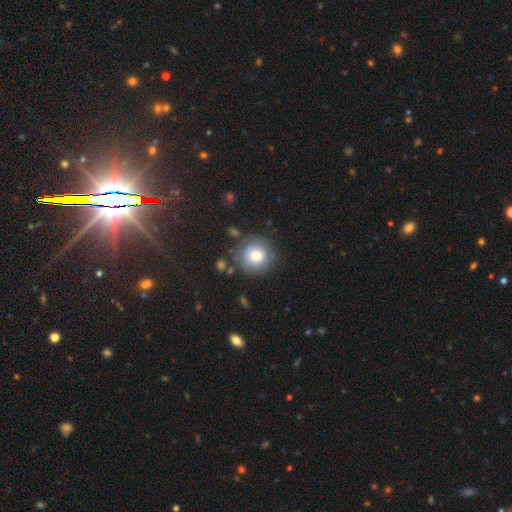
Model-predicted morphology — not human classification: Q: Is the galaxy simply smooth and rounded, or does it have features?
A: smooth — 76%.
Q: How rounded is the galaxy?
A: round — 92%.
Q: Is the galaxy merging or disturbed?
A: none — 78%.